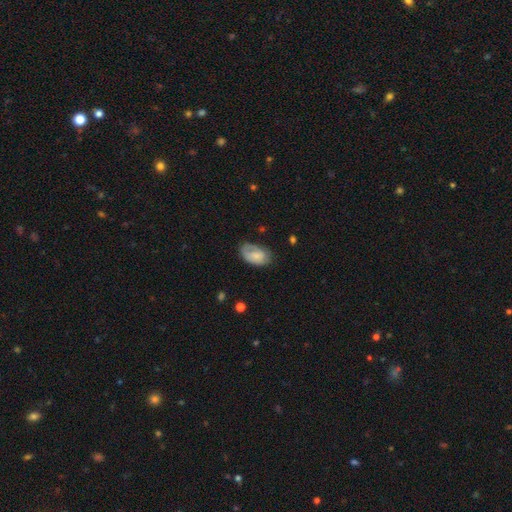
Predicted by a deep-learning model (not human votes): The model was most divided on "merging": none: 58%, minor disturbance: 28%, major disturbance: 12%, merger: 2%. More confident: how rounded — in between (92%); smooth or featured — smooth (67%).